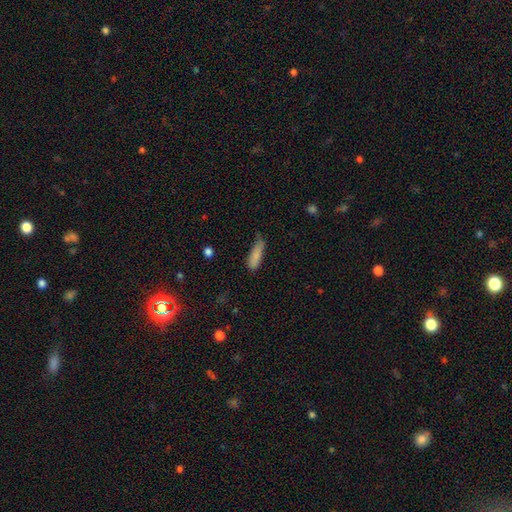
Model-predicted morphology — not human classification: smooth 85%, featured or disk 8%, star or artifact 7%. Down the decision tree: how rounded — cigar-shaped (61%); merging — none (52%).